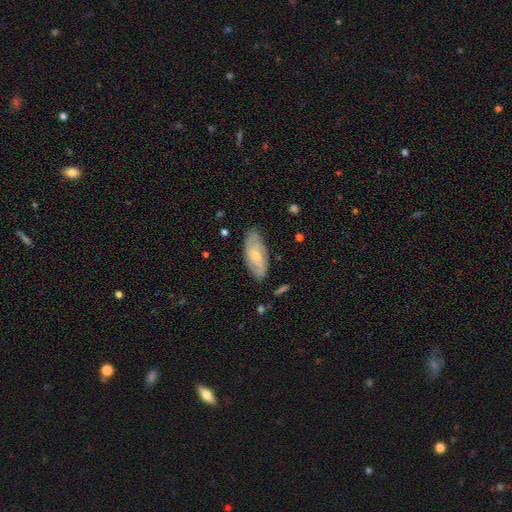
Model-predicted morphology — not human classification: Overall: featured or disk (65%; smooth 29%). Edge-on disk: no (91%). Bar: no (62%; weak 32%). Spiral arms: yes (88%). Spiral arm count: 2 (45%; can't tell 31%). Spiral winding: tight (48%; medium 39%). Bulge size: small (59%; moderate 36%). Merging: none (79%).